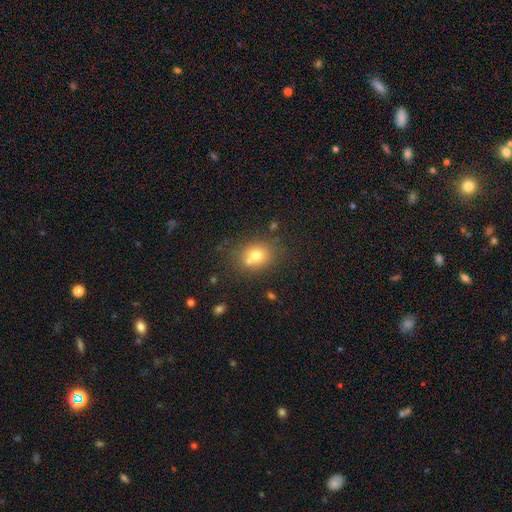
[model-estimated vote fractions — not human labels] Smooth or featured?
  - smooth: 72% *
  - featured or disk: 15%
  - star or artifact: 14%
How rounded?
  - round: 66% *
  - in between: 33%
  - cigar-shaped: 1%
Merging?
  - none: 62% *
  - merger: 22%
  - minor disturbance: 13%
  - major disturbance: 4%